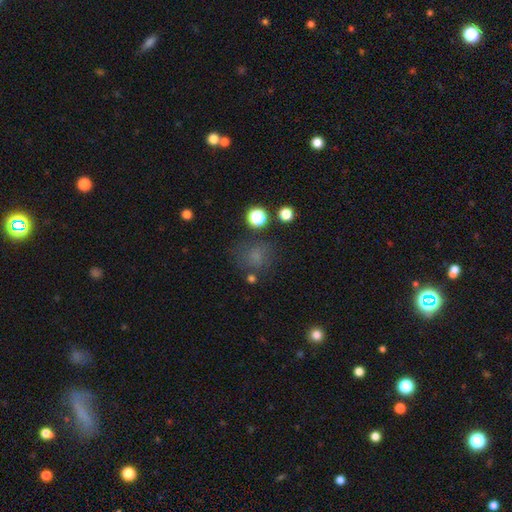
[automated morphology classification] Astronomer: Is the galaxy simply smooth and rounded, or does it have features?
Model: smooth — 68%.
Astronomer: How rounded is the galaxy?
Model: round — 74%.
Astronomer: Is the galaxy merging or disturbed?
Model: none — 66%.